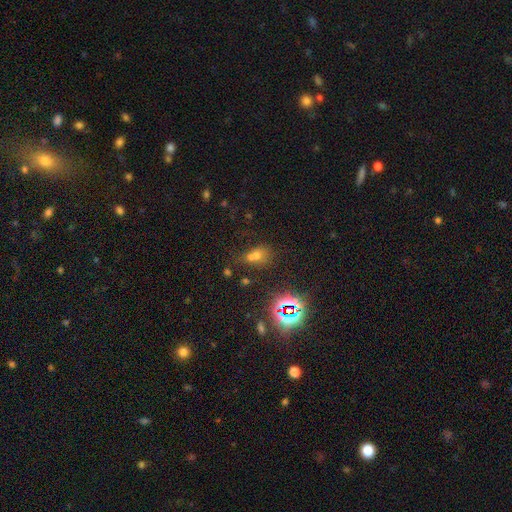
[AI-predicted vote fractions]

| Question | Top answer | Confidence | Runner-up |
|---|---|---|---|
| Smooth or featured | smooth | 48% | star or artifact (38%) |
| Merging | merger | 42% | none (41%) |